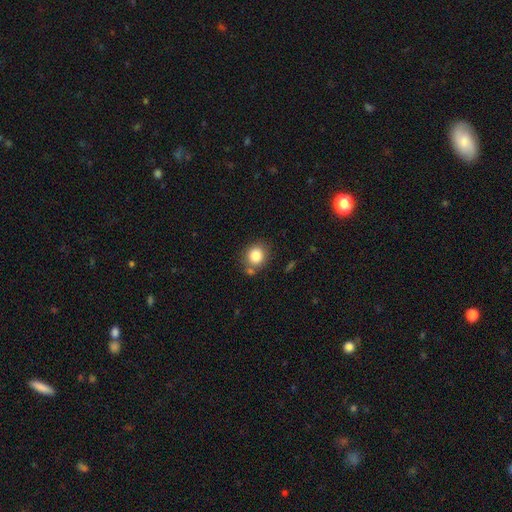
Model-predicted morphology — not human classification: type=smooth (83%); roundness=round (75%); merging=none (74%).